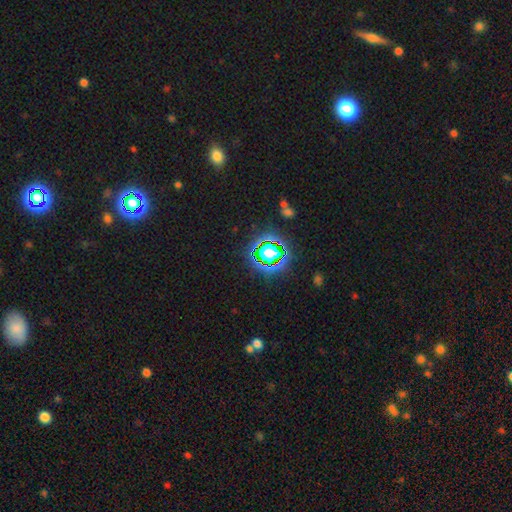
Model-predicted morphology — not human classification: type=star or artifact (76%).